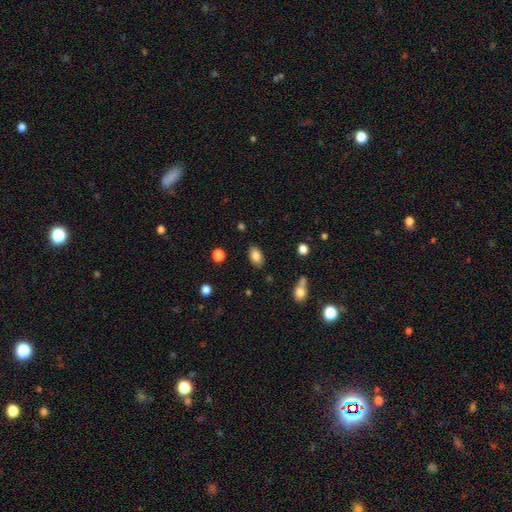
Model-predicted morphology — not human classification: Q: Smooth or featured?
A: smooth (84%); runner-up: star or artifact (9%)
Q: How rounded?
A: in between (90%); runner-up: round (8%)
Q: Merging?
A: none (84%); runner-up: minor disturbance (11%)